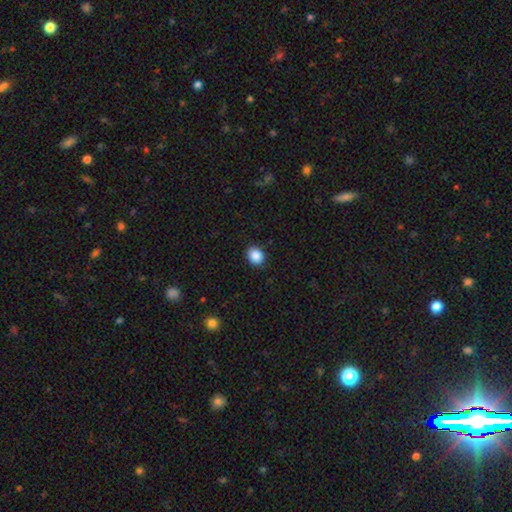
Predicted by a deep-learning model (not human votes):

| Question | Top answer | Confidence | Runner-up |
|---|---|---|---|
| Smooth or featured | smooth | 88% | star or artifact (9%) |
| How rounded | round | 61% | in between (38%) |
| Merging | none | 90% | minor disturbance (7%) |